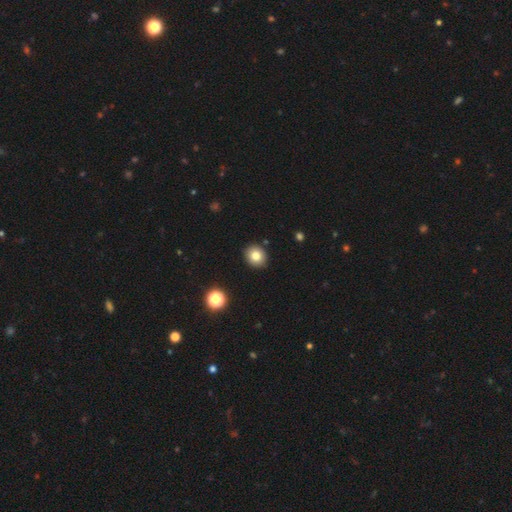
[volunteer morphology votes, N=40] This is clearly a smooth galaxy (92%). How rounded: clearly round (81%). Merging: clearly none (92%).